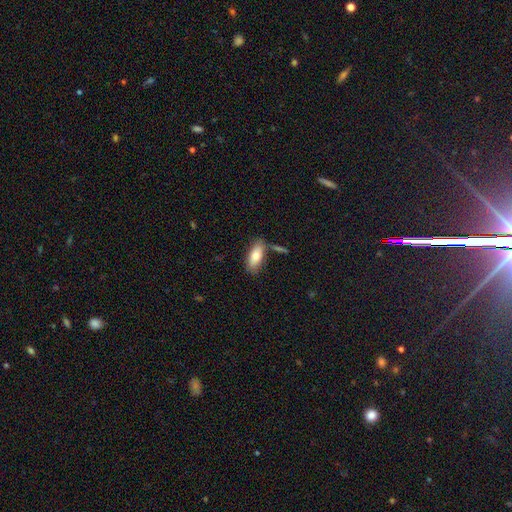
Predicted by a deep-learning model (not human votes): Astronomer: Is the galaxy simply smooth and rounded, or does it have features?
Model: smooth — 77%.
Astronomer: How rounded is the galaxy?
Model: in between — 84%.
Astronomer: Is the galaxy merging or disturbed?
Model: none — 72%.